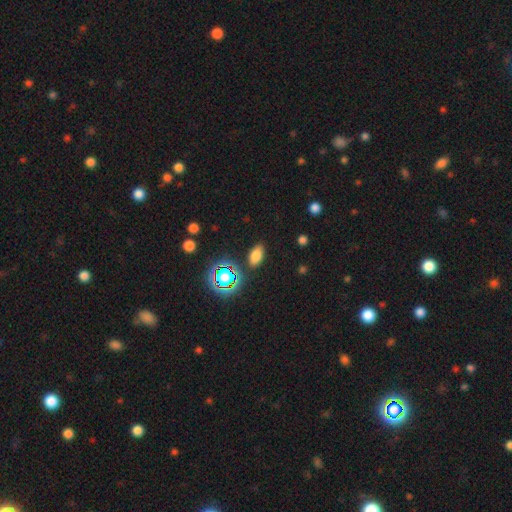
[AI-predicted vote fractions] The model was most divided on "smooth or featured": smooth: 74%, star or artifact: 19%, featured or disk: 7%. More confident: how rounded — in between (89%); merging — none (85%).